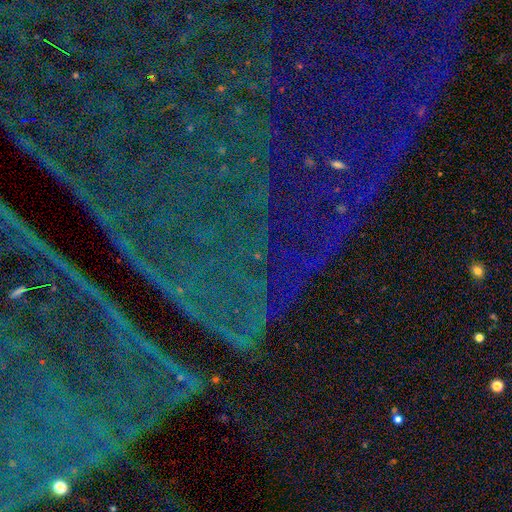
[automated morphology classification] Smooth or featured?
  - star or artifact: 87% *
  - featured or disk: 7%
  - smooth: 6%